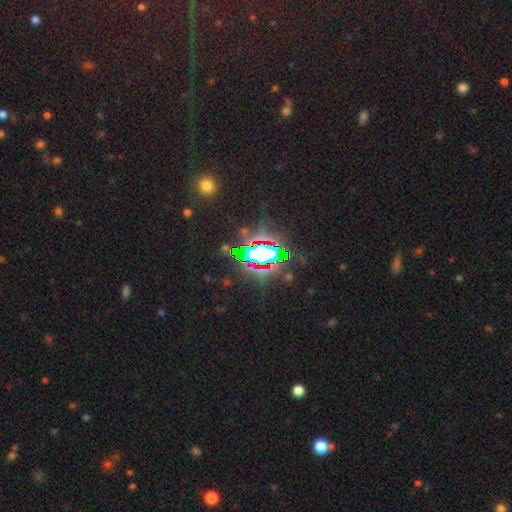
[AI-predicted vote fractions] smooth_or_featured: star or artifact (p=0.83) [alt: smooth p=0.09]